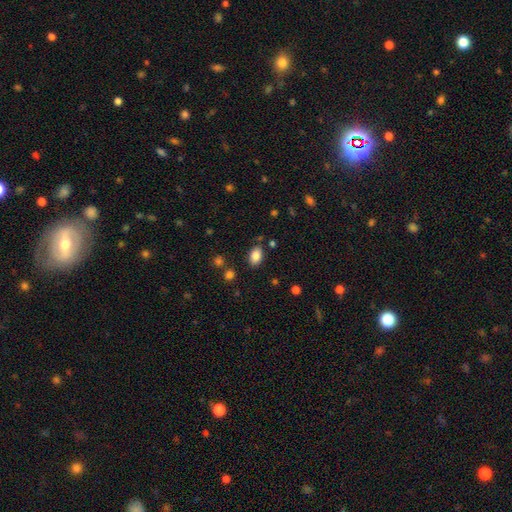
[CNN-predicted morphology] A smooth galaxy with no disk features (85%) that is in between round and cigar-shaped (86%).

Vote fractions:
- Smooth or featured? smooth: 85% / star or artifact: 9% / featured or disk: 6%
- How rounded? in between: 86% / round: 12% / cigar-shaped: 1%
- Merging? none: 82% / minor disturbance: 12% / merger: 3% / major disturbance: 3%